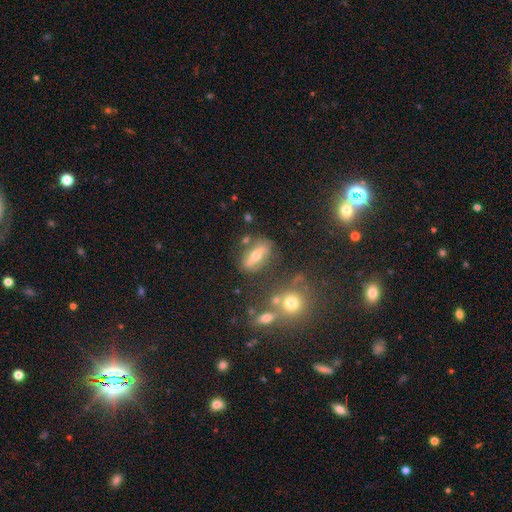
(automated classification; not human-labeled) smooth_or_featured: featured or disk (p=0.44) [alt: smooth p=0.37]
merging: none (p=0.72) [alt: minor disturbance p=0.15]